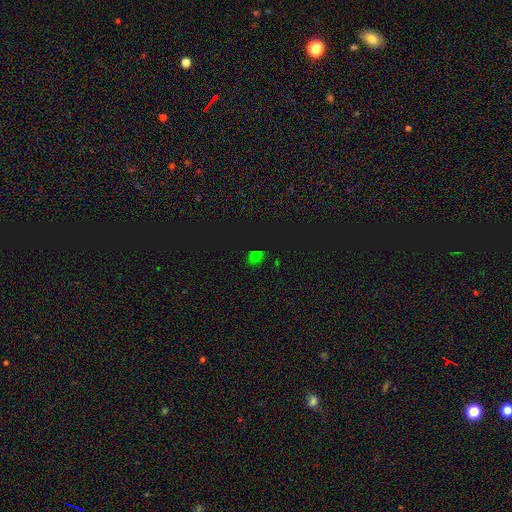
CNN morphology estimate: type=smooth (59%); roundness=round (61%); merging=none (76%).